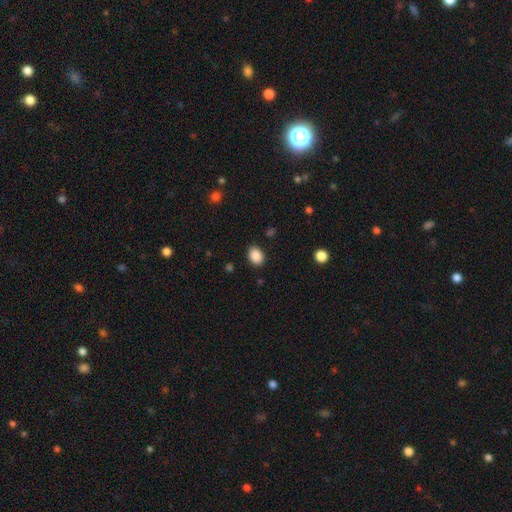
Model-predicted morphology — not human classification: A smooth galaxy with no disk features (88%) that is in between round and cigar-shaped (66%).

Vote fractions:
- Smooth or featured? smooth: 88% / star or artifact: 8% / featured or disk: 3%
- How rounded? in between: 66% / round: 33% / cigar-shaped: 1%
- Merging? none: 88% / minor disturbance: 8% / major disturbance: 2% / merger: 1%